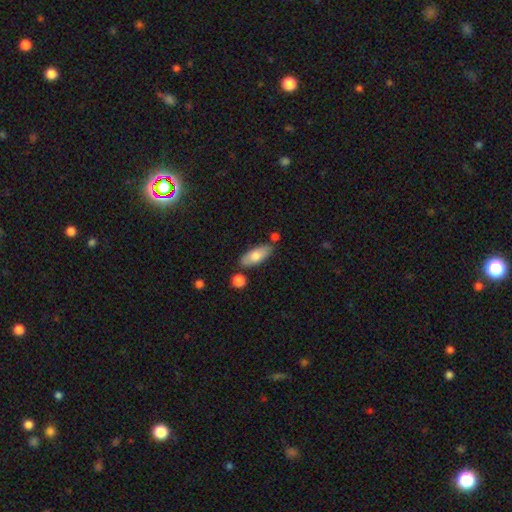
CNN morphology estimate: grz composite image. It shows a smooth galaxy with no disk features (74%) that is in between round and cigar-shaped (76%). Merging: none (76%).